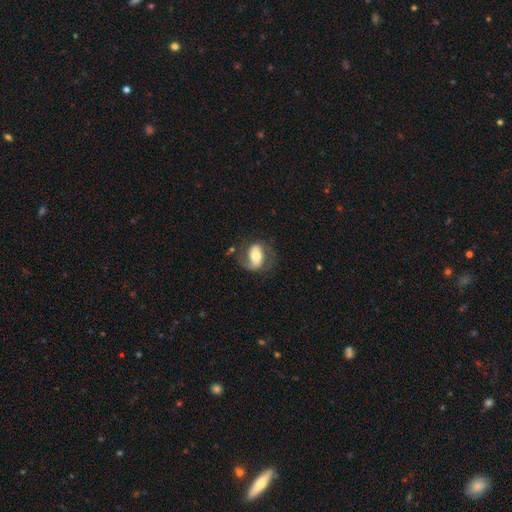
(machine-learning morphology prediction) featured or disk 62%, smooth 31%, star or artifact 6%. Down the decision tree: edge-on disk — no (95%); bar — strong (38%); spiral arms — yes (82%); bulge size — moderate (60%); merging — none (61%).